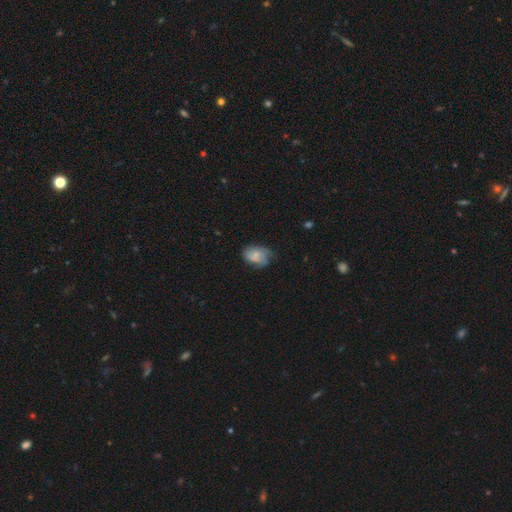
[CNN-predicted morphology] This appears to be a smooth galaxy with no disk features (50%). Merging: none (51%).